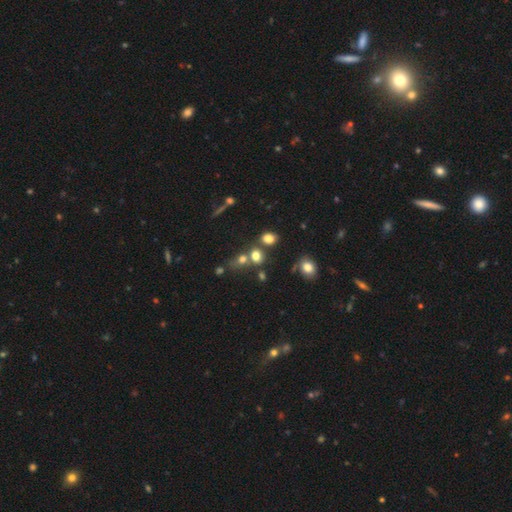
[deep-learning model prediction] This appears to be a smooth galaxy with no disk features (72%) that is round (63%). Merging: none (52%).